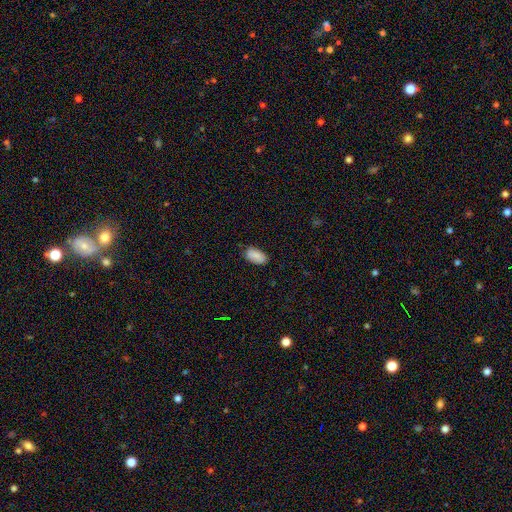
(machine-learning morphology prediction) smooth-or-featured: smooth: 87% | star or artifact: 7% | featured or disk: 6%
  how-rounded: in between: 94% | round: 4% | cigar-shaped: 2%
  merging: none: 83% | minor disturbance: 13% | major disturbance: 2% | merger: 1%